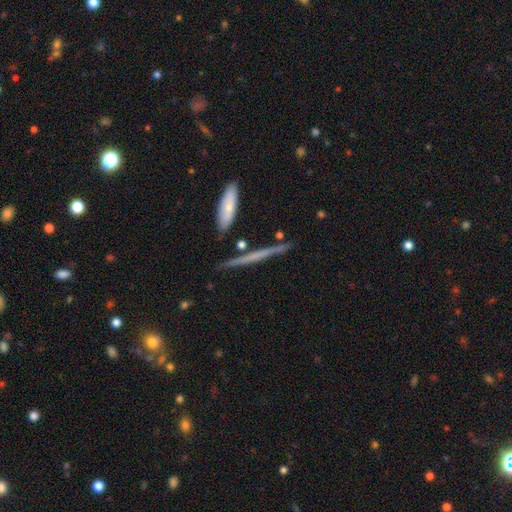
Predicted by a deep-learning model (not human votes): Smooth or featured?
  - featured or disk: 58% *
  - smooth: 33%
  - star or artifact: 9%
Edge-on disk?
  - yes: 95% *
  - no: 5%
Edge-on bulge?
  - none: 71% *
  - rounded: 21%
  - boxy: 8%
Merging?
  - none: 83% *
  - minor disturbance: 10%
  - merger: 5%
  - major disturbance: 2%